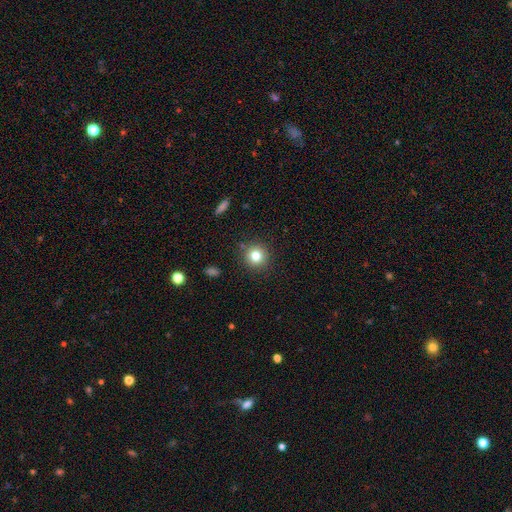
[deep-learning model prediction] A smooth galaxy with no disk features (79%) that is round (94%).

Vote fractions:
- Smooth or featured? smooth: 79% / star or artifact: 12% / featured or disk: 9%
- How rounded? round: 94% / in between: 5% / cigar-shaped: 1%
- Merging? none: 89% / minor disturbance: 7% / major disturbance: 2% / merger: 2%